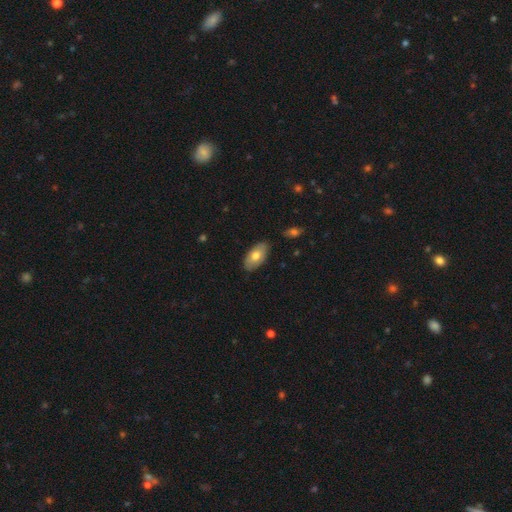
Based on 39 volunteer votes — Smooth or featured? 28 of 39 (72%) said smooth. How rounded? 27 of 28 (96%) said in between. Merging? 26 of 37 (70%) said none.